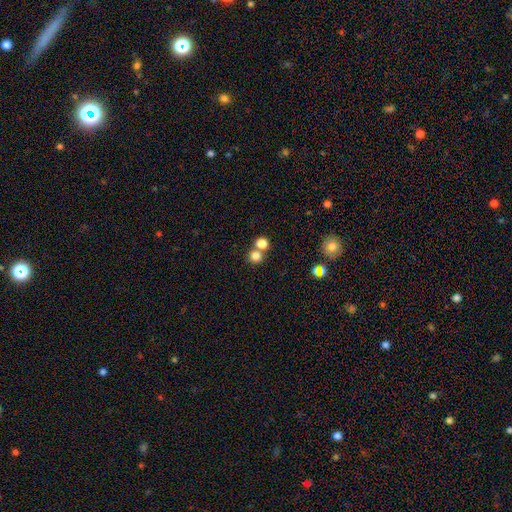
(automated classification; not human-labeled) A smooth galaxy with no disk features (79%) that is round (88%). Merging: none (56%).